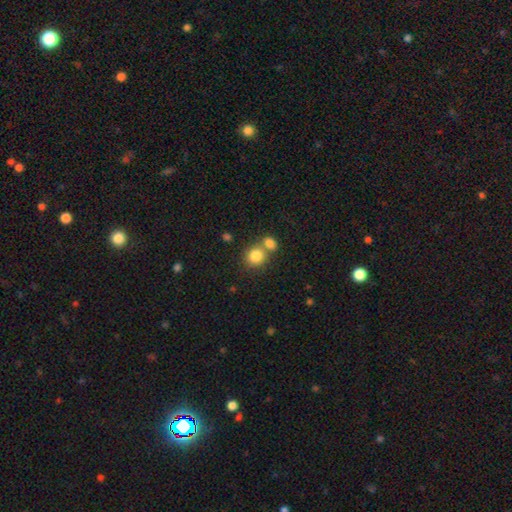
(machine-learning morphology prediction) type=smooth (83%); roundness=round (81%); merging=none (49%).